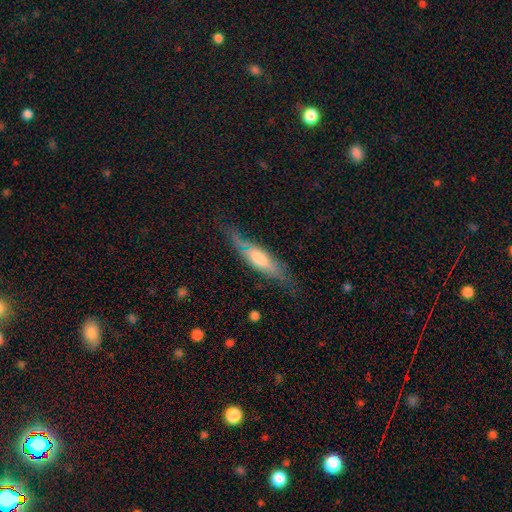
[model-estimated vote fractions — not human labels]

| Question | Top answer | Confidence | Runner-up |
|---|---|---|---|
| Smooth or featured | featured or disk | 51% | smooth (43%) |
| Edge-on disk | yes | 67% | no (33%) |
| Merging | none | 63% | minor disturbance (25%) |